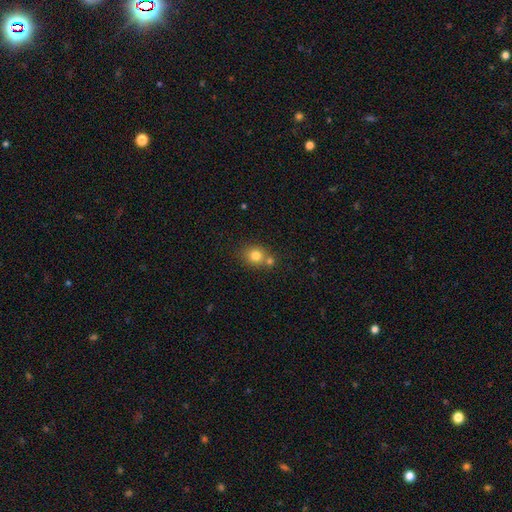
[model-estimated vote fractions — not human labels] smooth 80%, star or artifact 12%, featured or disk 9%. Down the decision tree: how rounded — round (78%); merging — none (60%).